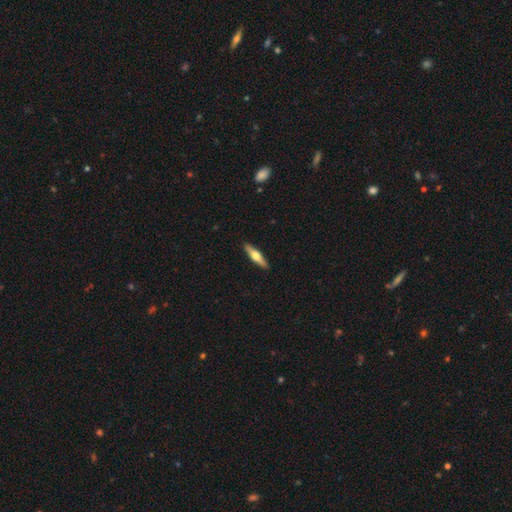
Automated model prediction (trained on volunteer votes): This is possibly a featured or disk galaxy (51%). It is clearly viewed edge-on (94%). Merging: clearly none (91%).